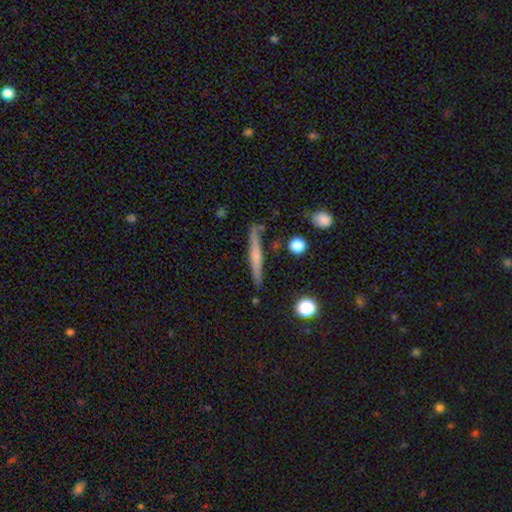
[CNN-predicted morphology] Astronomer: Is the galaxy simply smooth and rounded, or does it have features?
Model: smooth — 48% (runner-up: featured or disk, 44%).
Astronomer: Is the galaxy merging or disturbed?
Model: none — 84%.